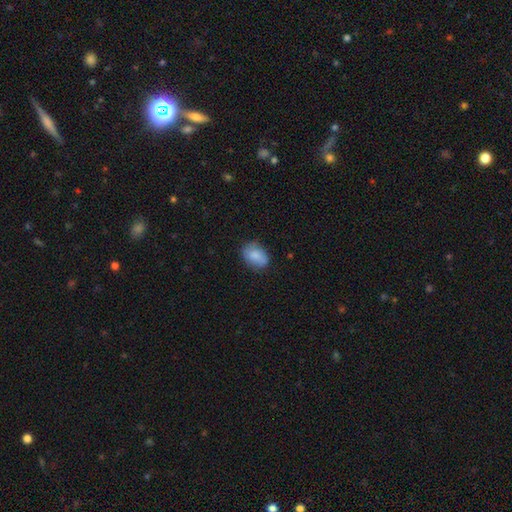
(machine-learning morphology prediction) A smooth galaxy with no disk features (80%) that is in between round and cigar-shaped (76%).

Vote fractions:
- Smooth or featured? smooth: 80% / featured or disk: 13% / star or artifact: 7%
- How rounded? in between: 76% / round: 23% / cigar-shaped: 1%
- Merging? none: 75% / minor disturbance: 19% / major disturbance: 4% / merger: 1%